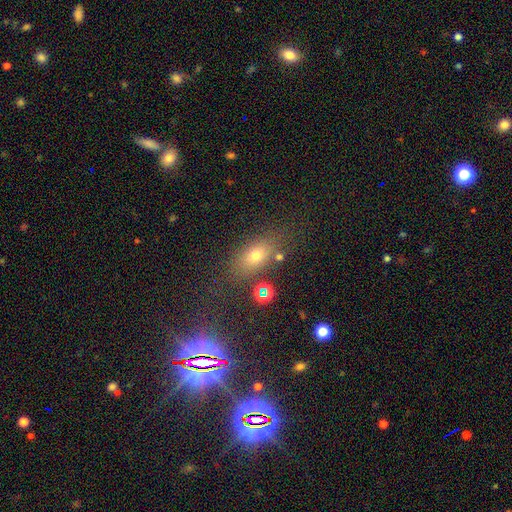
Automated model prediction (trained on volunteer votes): This is likely a smooth galaxy (67%). How rounded: likely in between (74%). Merging: likely none (74%).